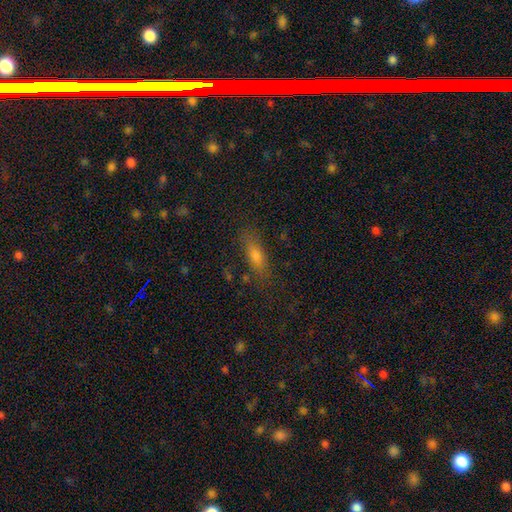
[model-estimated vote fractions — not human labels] This is likely a smooth galaxy (65%). How rounded: possibly in between (49%). Merging: likely none (77%).